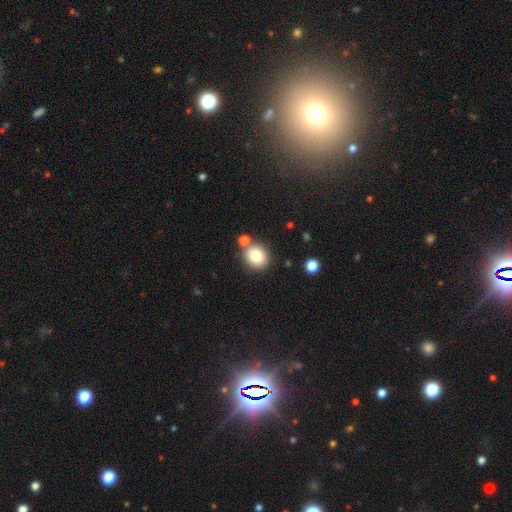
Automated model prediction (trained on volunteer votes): The model was most divided on "how rounded": round: 78%, in between: 21%, cigar-shaped: 1%. More confident: smooth or featured — smooth (80%); merging — none (72%).